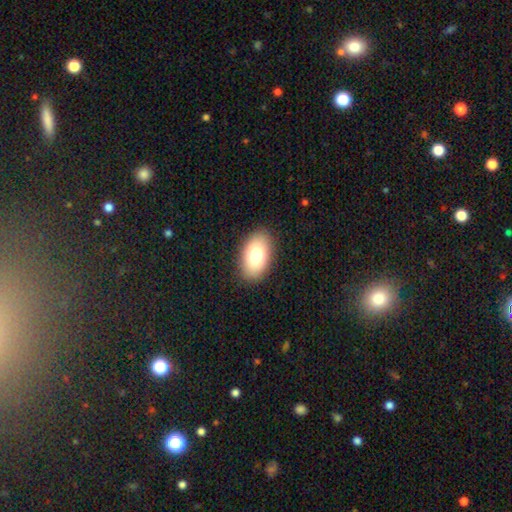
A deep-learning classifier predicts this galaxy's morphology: Overall: smooth (80%). How rounded: in between (93%). Merging: none (88%).